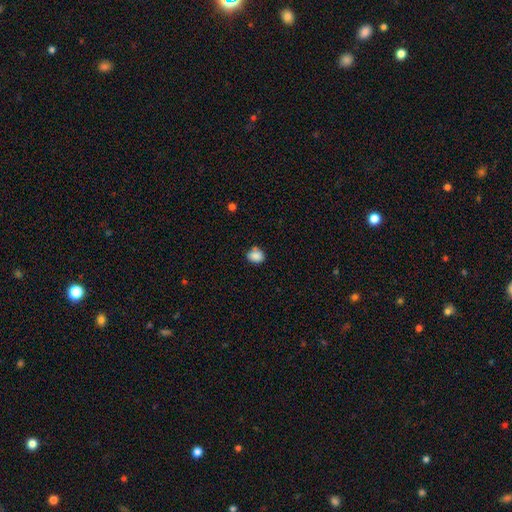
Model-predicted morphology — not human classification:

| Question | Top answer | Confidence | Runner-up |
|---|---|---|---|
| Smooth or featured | smooth | 86% | star or artifact (9%) |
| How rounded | round | 59% | in between (40%) |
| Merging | none | 66% | minor disturbance (23%) |